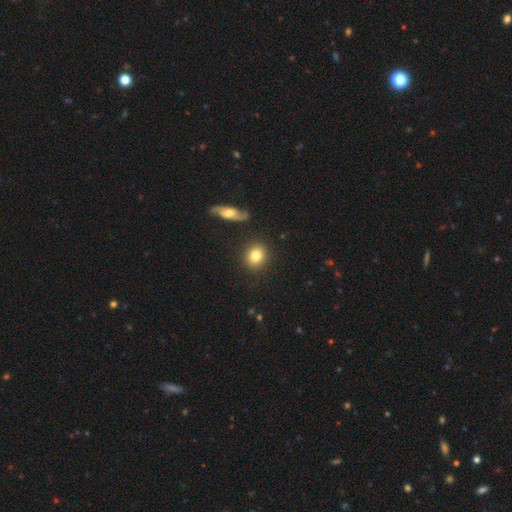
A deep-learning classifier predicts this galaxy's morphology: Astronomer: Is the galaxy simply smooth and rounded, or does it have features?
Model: smooth — 82%.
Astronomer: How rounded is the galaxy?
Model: round — 74%.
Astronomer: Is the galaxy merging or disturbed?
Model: none — 86%.